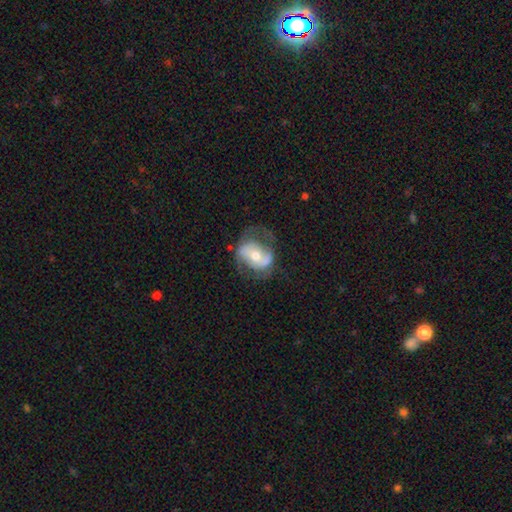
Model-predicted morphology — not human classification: featured or disk 71%, smooth 23%, star or artifact 7%. Down the decision tree: edge-on disk — no (96%); bar — no (44%); spiral arms — yes (79%); spiral arm count — 2 (78%); spiral winding — medium (44%); bulge size — moderate (61%); merging — none (55%).